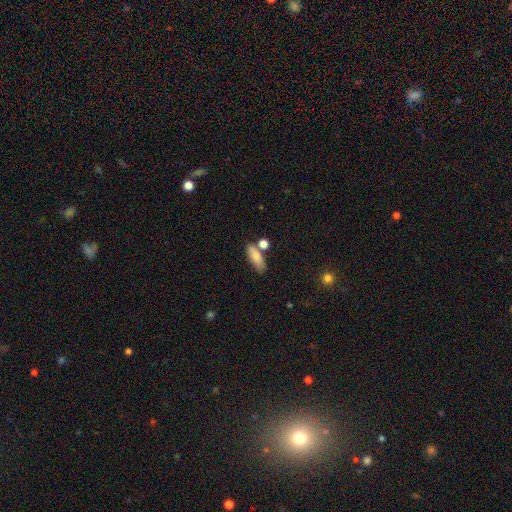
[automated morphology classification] This is clearly a smooth galaxy (81%). How rounded: likely in between (64%). Merging: likely none (63%).